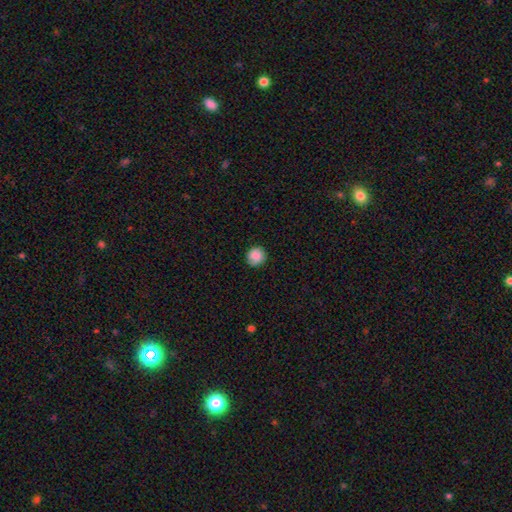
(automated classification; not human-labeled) smooth_or_featured: smooth (p=0.84) [alt: star or artifact p=0.08]
how_rounded: round (p=0.89) [alt: in between p=0.10]
merging: none (p=0.82) [alt: minor disturbance p=0.14]